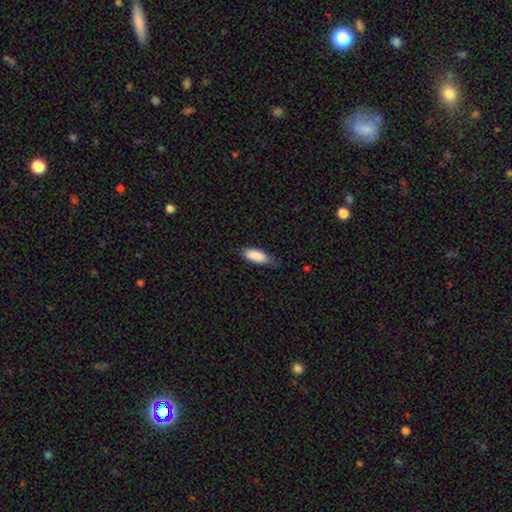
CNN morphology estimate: smooth 88%, star or artifact 6%, featured or disk 6%. Down the decision tree: how rounded — in between (83%); merging — none (68%).